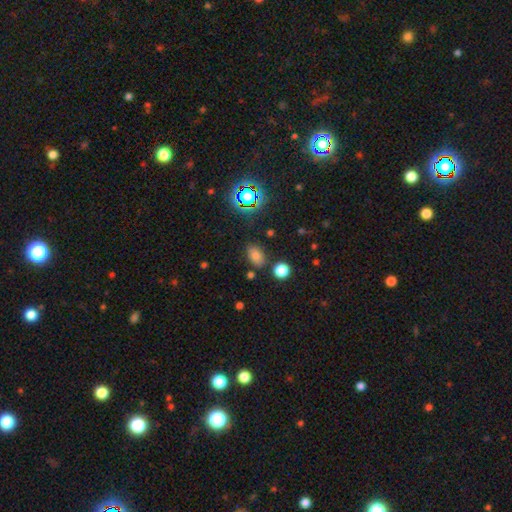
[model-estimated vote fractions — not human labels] A smooth galaxy with no disk features (70%) that is in between round and cigar-shaped (83%).

Vote fractions:
- Smooth or featured? smooth: 70% / star or artifact: 20% / featured or disk: 10%
- How rounded? in between: 83% / round: 15% / cigar-shaped: 2%
- Merging? none: 79% / minor disturbance: 12% / merger: 5% / major disturbance: 4%